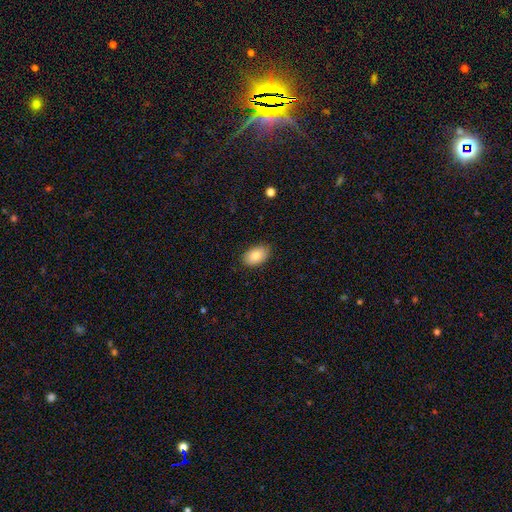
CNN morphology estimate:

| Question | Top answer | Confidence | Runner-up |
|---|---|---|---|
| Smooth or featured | smooth | 83% | featured or disk (10%) |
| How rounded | in between | 90% | round (9%) |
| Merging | none | 86% | minor disturbance (11%) |